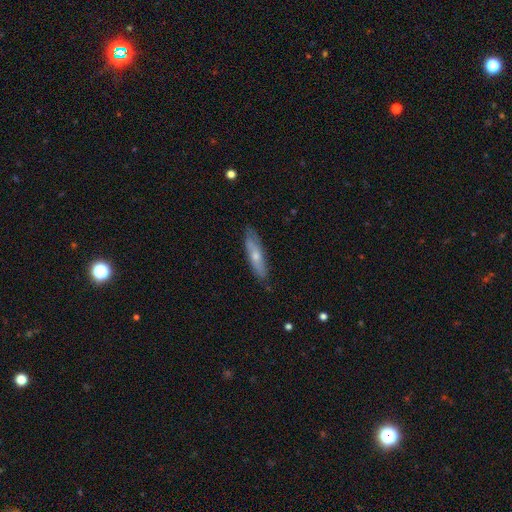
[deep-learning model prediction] Q: Smooth or featured?
A: smooth (53%); runner-up: featured or disk (41%)
Q: How rounded?
A: cigar-shaped (73%); runner-up: in between (25%)
Q: Merging?
A: none (81%); runner-up: minor disturbance (15%)